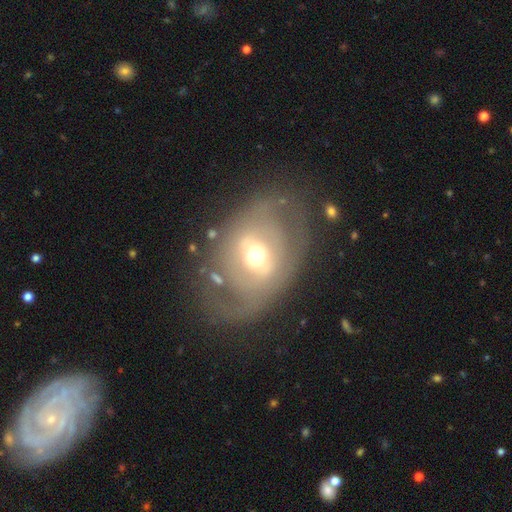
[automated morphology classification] type=featured or disk (68%); edge-on=no (92%); bar=weak (39%); spiral arms=no (59%); bulge=moderate (65%); merging=none (67%).